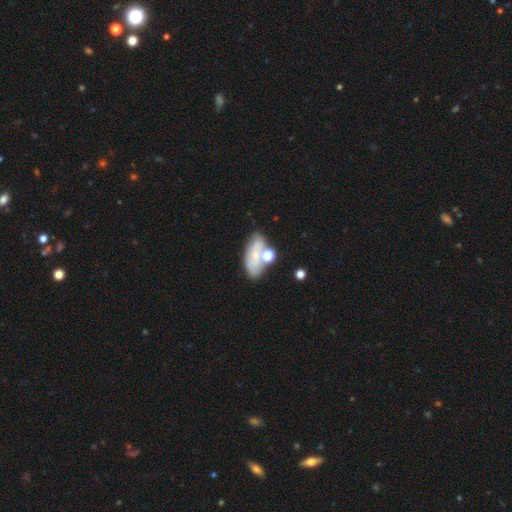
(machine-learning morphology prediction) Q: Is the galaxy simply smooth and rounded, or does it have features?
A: smooth — 51%.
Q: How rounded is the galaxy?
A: in between — 82%.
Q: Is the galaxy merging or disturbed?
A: none — 46%.